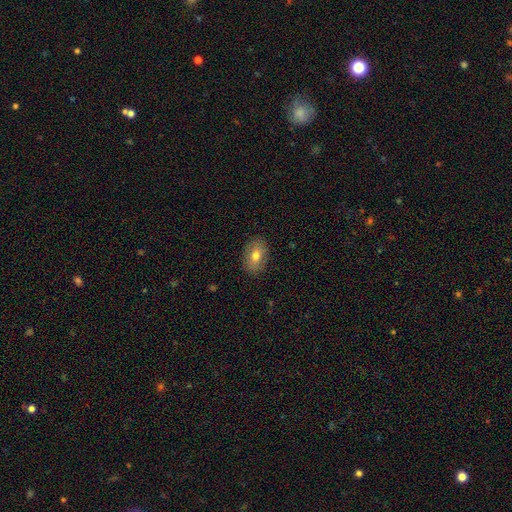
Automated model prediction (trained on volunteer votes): This appears to be a smooth galaxy with no disk features (71%) that is in between round and cigar-shaped (83%). Merging: none (86%).